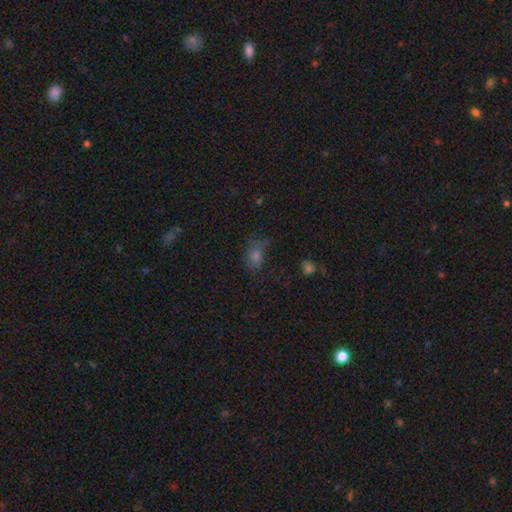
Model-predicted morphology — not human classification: The model was most divided on "merging": none: 56%, minor disturbance: 25%, major disturbance: 15%, merger: 4%. More confident: how rounded — in between (70%); smooth or featured — smooth (63%).